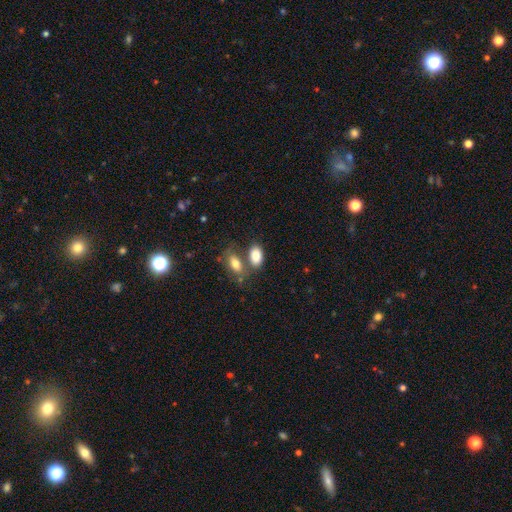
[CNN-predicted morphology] type=smooth (84%); roundness=in between (91%); merging=none (49%).